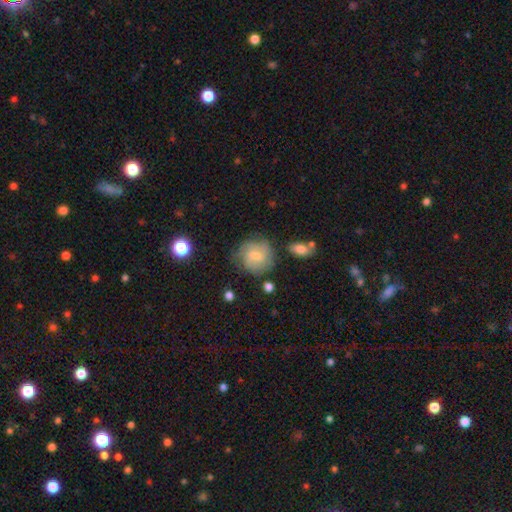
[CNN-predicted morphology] Q: Smooth or featured?
A: featured or disk (46%); tied with: smooth (46%)
Q: Merging?
A: none (67%); runner-up: minor disturbance (21%)